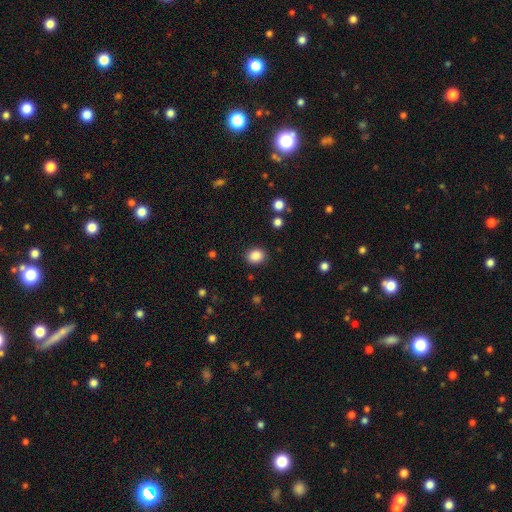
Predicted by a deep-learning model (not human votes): Q: Smooth or featured?
A: smooth (87%); runner-up: star or artifact (10%)
Q: How rounded?
A: round (60%); runner-up: in between (39%)
Q: Merging?
A: none (88%); runner-up: minor disturbance (8%)